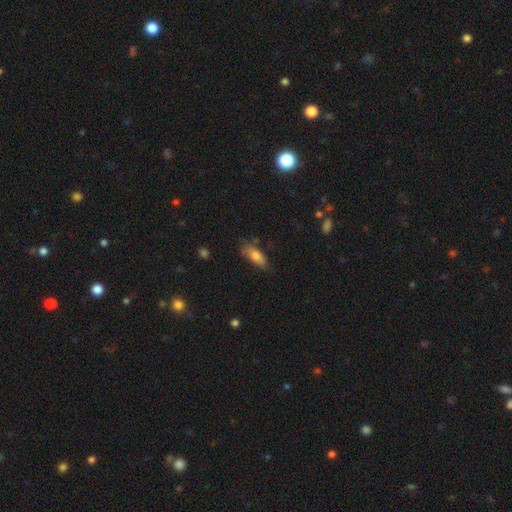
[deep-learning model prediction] smooth-or-featured: smooth: 77% | featured or disk: 16% | star or artifact: 7%
  how-rounded: in between: 76% | cigar-shaped: 22% | round: 2%
  merging: none: 65% | minor disturbance: 26% | major disturbance: 7% | merger: 3%